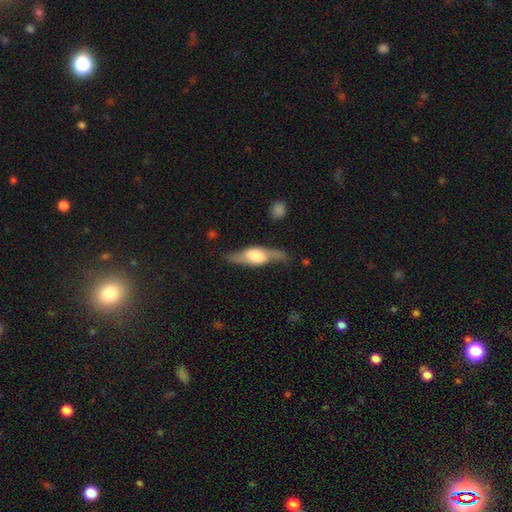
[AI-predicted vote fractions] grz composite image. It shows a featured or disk galaxy (63%) viewed edge-on (69%). Merging: none (69%).